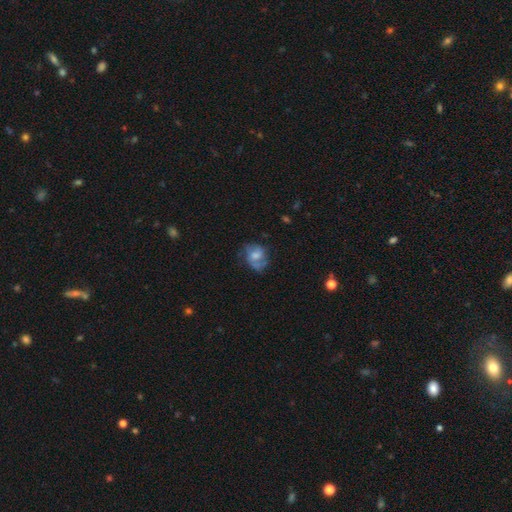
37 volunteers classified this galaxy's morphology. Smooth or featured?
  - smooth: 57% *
  - featured or disk: 35%
  - star or artifact: 8%
How rounded?
  - in between: 67% *
  - round: 33%
  - cigar-shaped: 0%
Merging?
  - none: 44% *
  - major disturbance: 35%
  - minor disturbance: 21%
  - merger: 0%